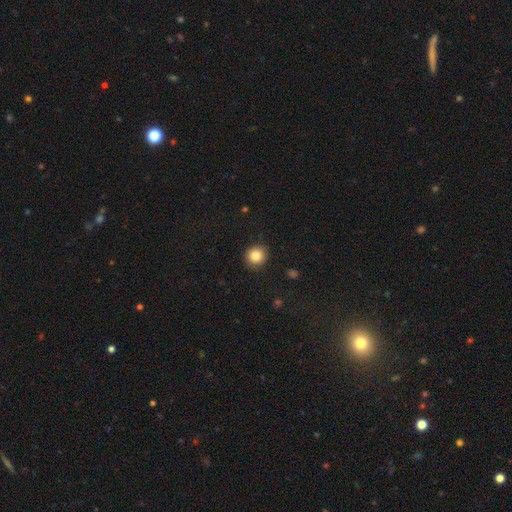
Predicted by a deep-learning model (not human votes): Smooth or featured?
  - smooth: 84% *
  - star or artifact: 10%
  - featured or disk: 6%
How rounded?
  - round: 92% *
  - in between: 7%
  - cigar-shaped: 1%
Merging?
  - none: 91% *
  - minor disturbance: 7%
  - major disturbance: 2%
  - merger: 1%